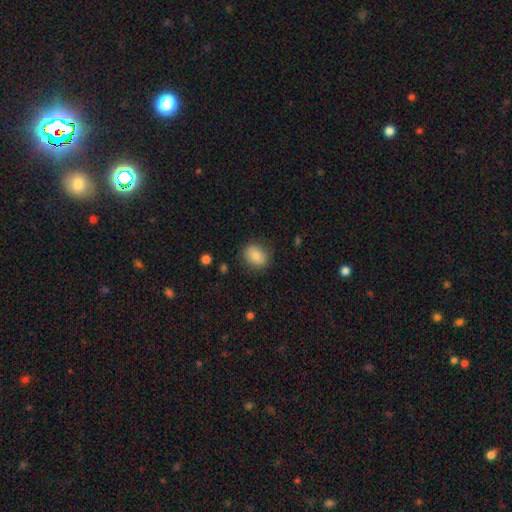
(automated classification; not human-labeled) smooth 81%, featured or disk 11%, star or artifact 8%. Down the decision tree: how rounded — in between (51%); merging — none (84%).